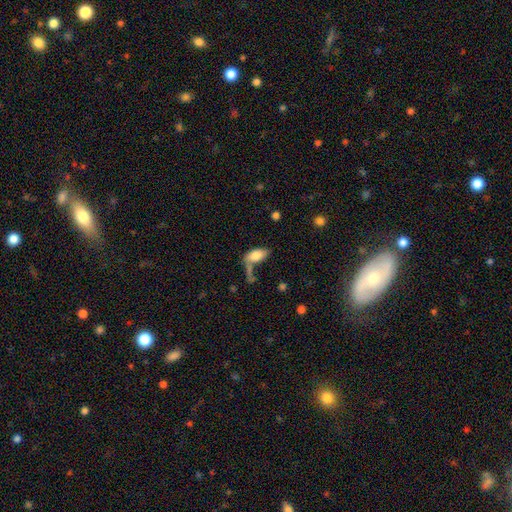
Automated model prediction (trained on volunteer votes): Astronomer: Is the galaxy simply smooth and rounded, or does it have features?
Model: smooth — 78%.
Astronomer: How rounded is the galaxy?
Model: in between — 91%.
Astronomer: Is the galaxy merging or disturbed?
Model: none — 36% (runner-up: merger, 26%).